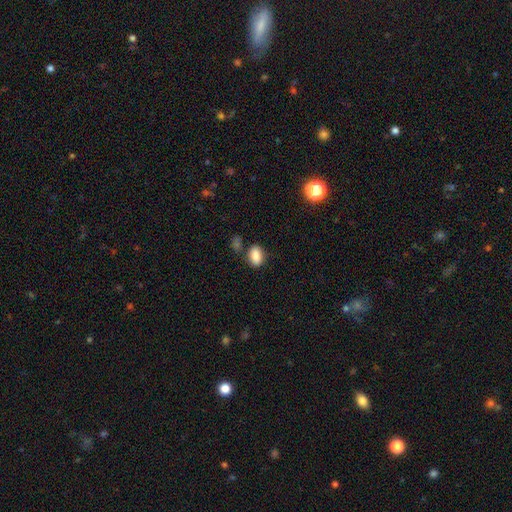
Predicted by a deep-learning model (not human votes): Smooth or featured: smooth — 86% (star or artifact — 8%)
How rounded: in between — 83% (round — 15%)
Merging: none — 76% (minor disturbance — 13%)